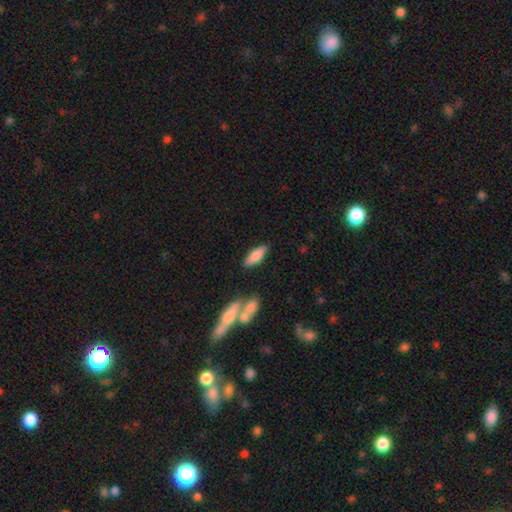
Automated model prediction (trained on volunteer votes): Q: Smooth or featured?
A: smooth (78%); runner-up: featured or disk (16%)
Q: How rounded?
A: in between (59%); runner-up: cigar-shaped (39%)
Q: Merging?
A: none (81%); runner-up: minor disturbance (11%)